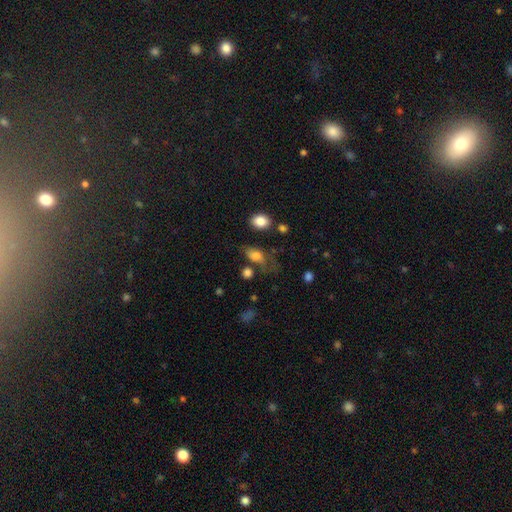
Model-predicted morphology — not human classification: This appears to be a smooth galaxy with no disk features (76%) that is in between round and cigar-shaped (83%). Merging: none (43%).